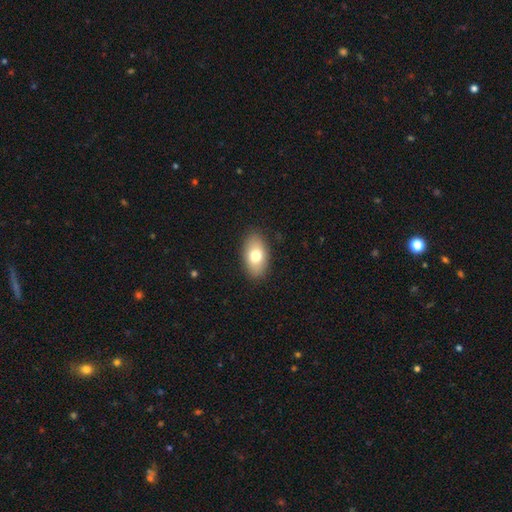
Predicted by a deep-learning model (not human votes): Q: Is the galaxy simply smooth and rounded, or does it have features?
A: smooth — 74%.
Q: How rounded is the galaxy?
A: in between — 91%.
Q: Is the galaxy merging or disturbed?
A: none — 87%.